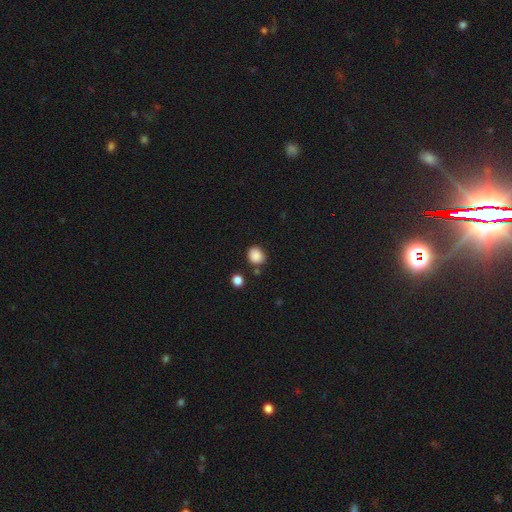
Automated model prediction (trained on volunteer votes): Smooth or featured? smooth (87%)
How rounded? round (67%)
Merging? none (75%)